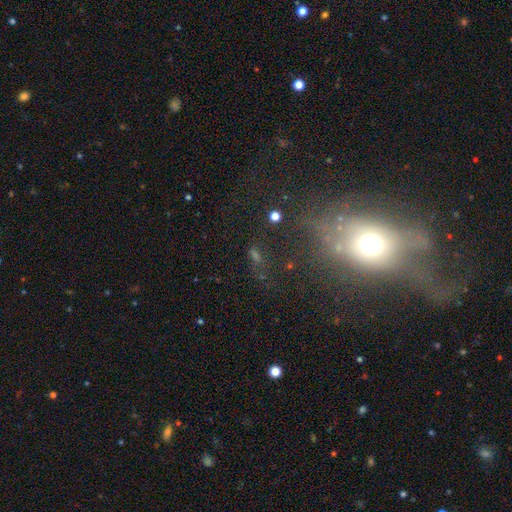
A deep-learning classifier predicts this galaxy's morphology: Smooth or featured? Predicted: star or artifact (p=0.43).